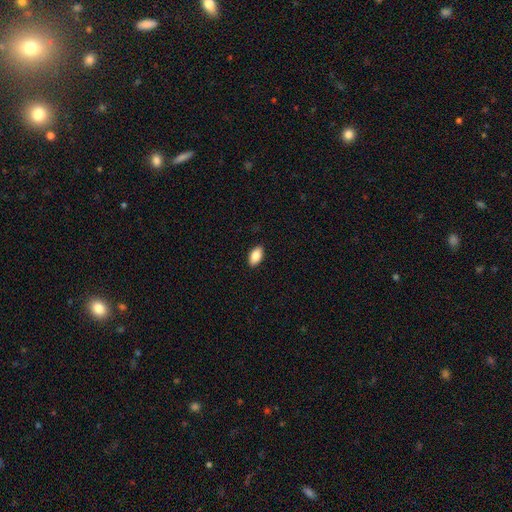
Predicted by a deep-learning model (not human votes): Smooth or featured?
  - smooth: 85% *
  - featured or disk: 8%
  - star or artifact: 7%
How rounded?
  - in between: 93% *
  - round: 4%
  - cigar-shaped: 3%
Merging?
  - none: 90% *
  - minor disturbance: 7%
  - major disturbance: 2%
  - merger: 1%